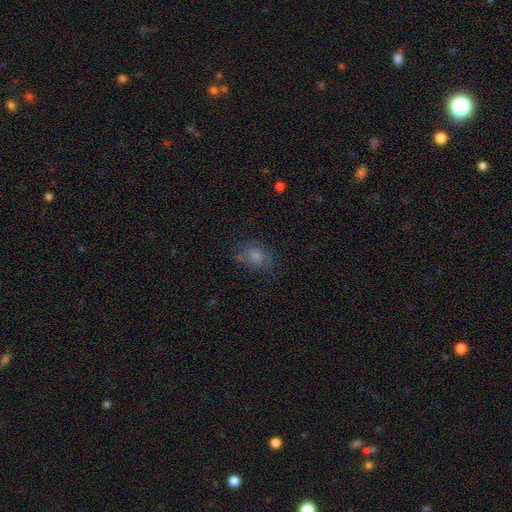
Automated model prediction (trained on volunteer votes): Smooth or featured?
  - smooth: 59% *
  - star or artifact: 22%
  - featured or disk: 19%
How rounded?
  - in between: 52% *
  - round: 47%
  - cigar-shaped: 2%
Merging?
  - none: 66% *
  - minor disturbance: 20%
  - major disturbance: 10%
  - merger: 3%